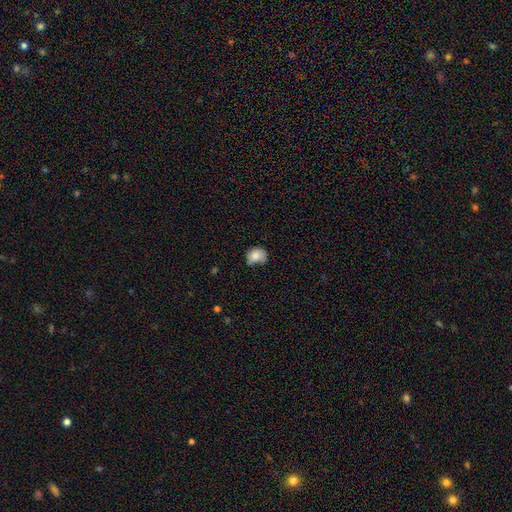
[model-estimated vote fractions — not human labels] Q: Smooth or featured?
A: smooth (78%); runner-up: featured or disk (13%)
Q: How rounded?
A: round (56%); runner-up: in between (44%)
Q: Merging?
A: minor disturbance (40%); tied with: none (40%)